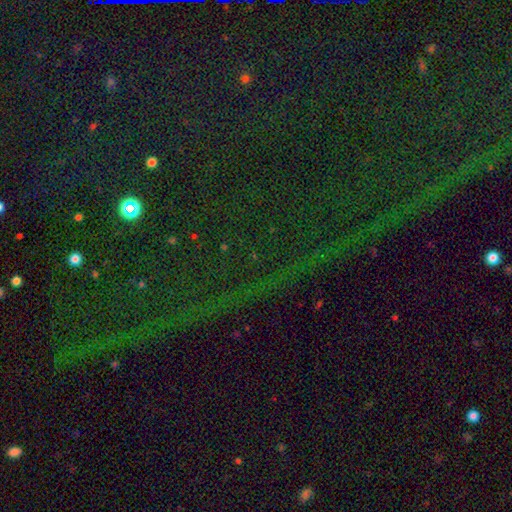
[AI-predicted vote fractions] Q: Smooth or featured?
A: star or artifact (79%); runner-up: smooth (12%)